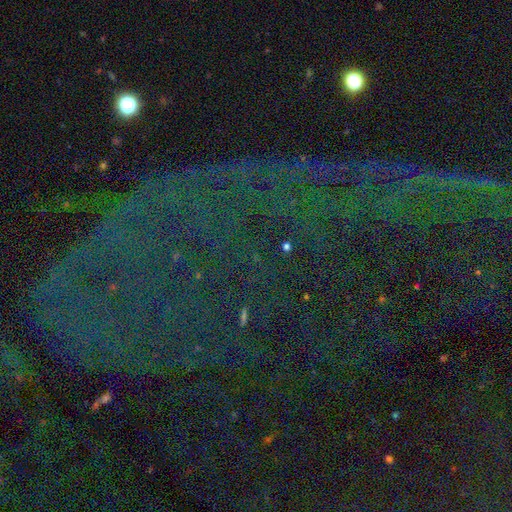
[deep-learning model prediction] star or artifact 85%, featured or disk 7%, smooth 7%.